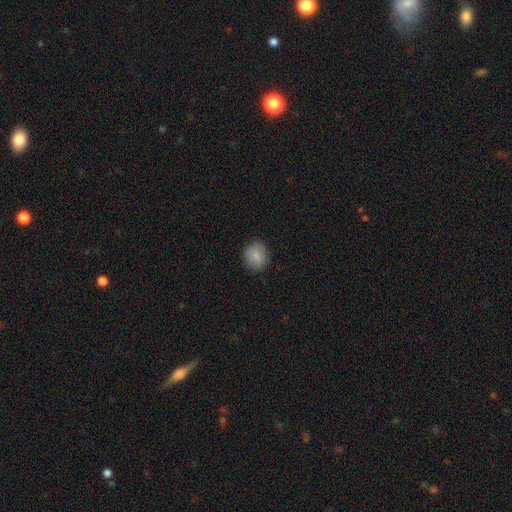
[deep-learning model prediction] A smooth galaxy with no disk features (87%) that is round (81%). Merging: none (87%).